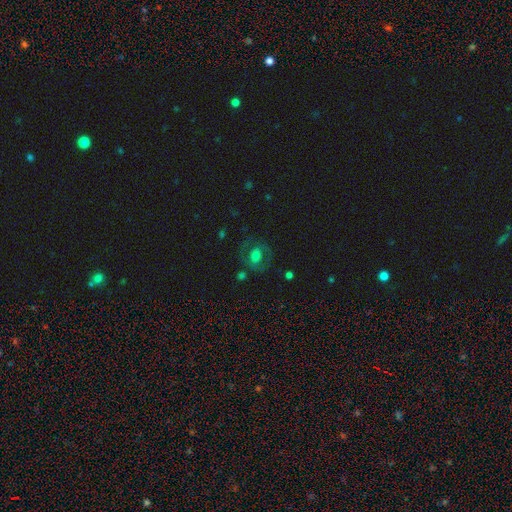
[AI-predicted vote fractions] This is possibly a featured or disk galaxy (47%). Merging: likely none (70%).